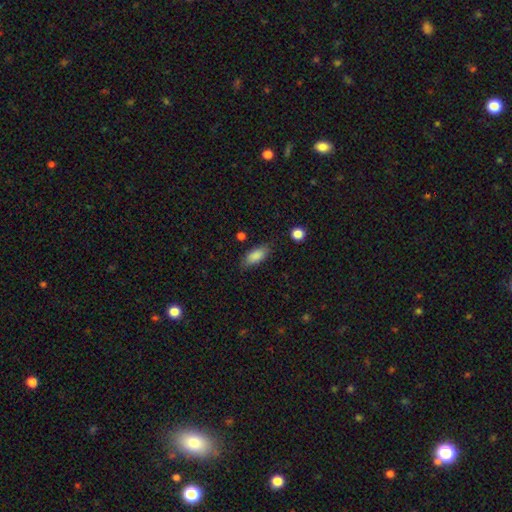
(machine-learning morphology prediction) The model was most divided on "merging": none: 79%, minor disturbance: 16%, major disturbance: 4%, merger: 2%. More confident: smooth or featured — smooth (86%); how rounded — in between (81%).